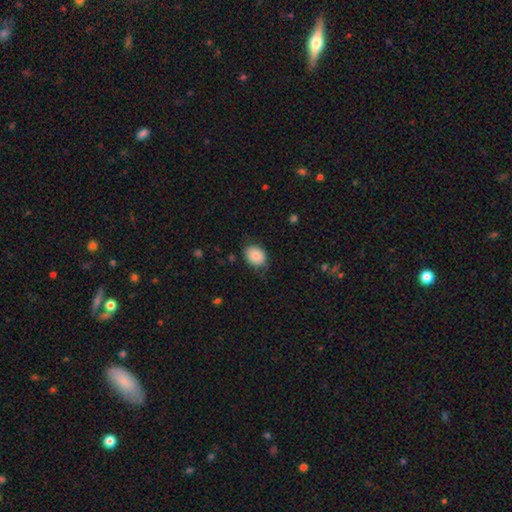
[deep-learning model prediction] Q: Smooth or featured?
A: smooth (83%); runner-up: featured or disk (9%)
Q: How rounded?
A: in between (57%); runner-up: round (42%)
Q: Merging?
A: none (72%); runner-up: minor disturbance (22%)